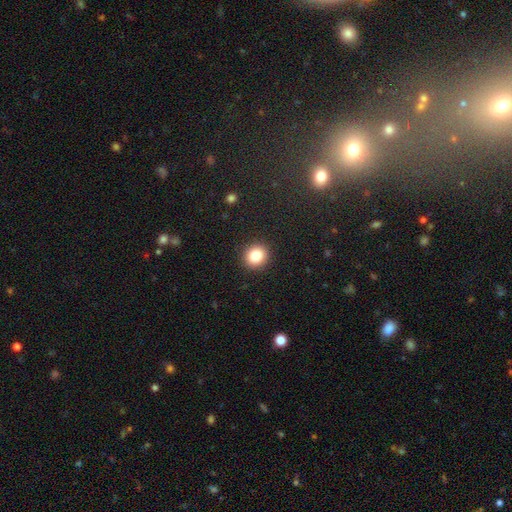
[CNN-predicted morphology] smooth_or_featured: smooth (p=0.84) [alt: star or artifact p=0.10]
how_rounded: round (p=0.77) [alt: in between p=0.22]
merging: none (p=0.91) [alt: minor disturbance p=0.06]